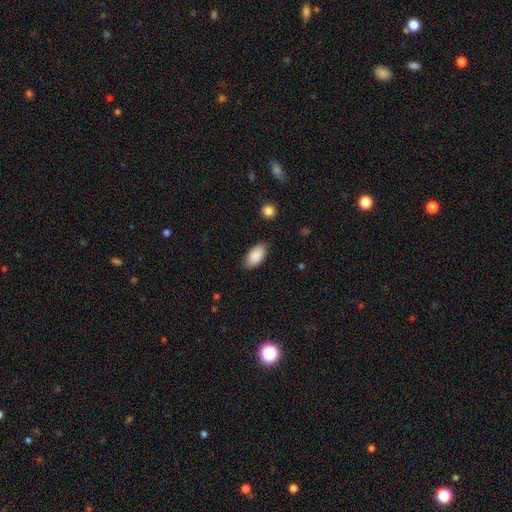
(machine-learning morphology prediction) Smooth or featured? Predicted: smooth (p=0.89). How rounded? Predicted: in between (p=0.94). Merging? Predicted: none (p=0.83).